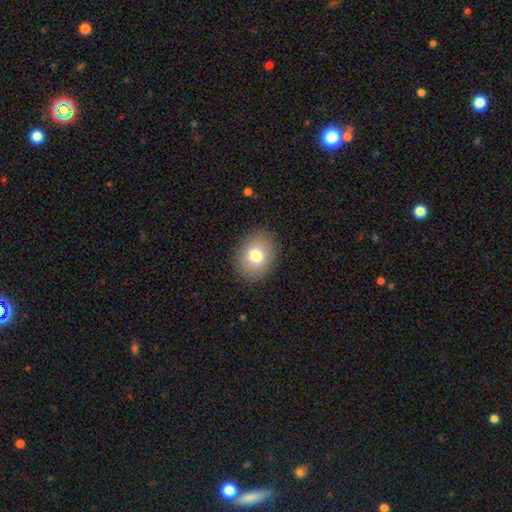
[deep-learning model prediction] Smooth or featured? smooth (77%)
How rounded? round (51%)
Merging? none (88%)